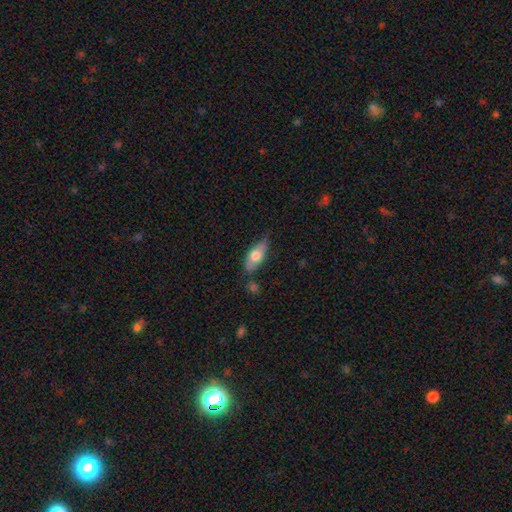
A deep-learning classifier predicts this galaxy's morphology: Smooth or featured? smooth (67%)
How rounded? in between (77%)
Merging? none (70%)